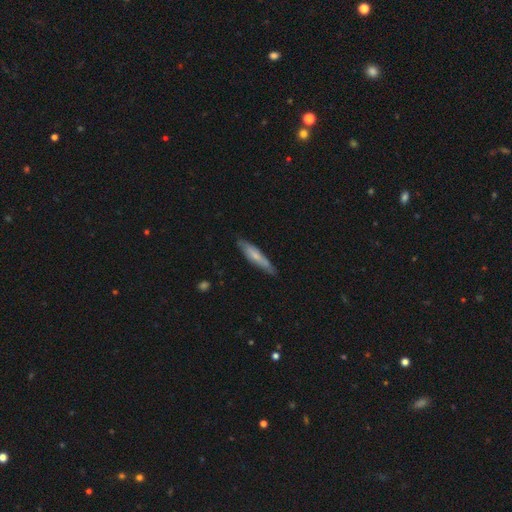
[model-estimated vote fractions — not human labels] Morphology: type=smooth (57%); roundness=cigar-shaped (84%); merging=none (76%).